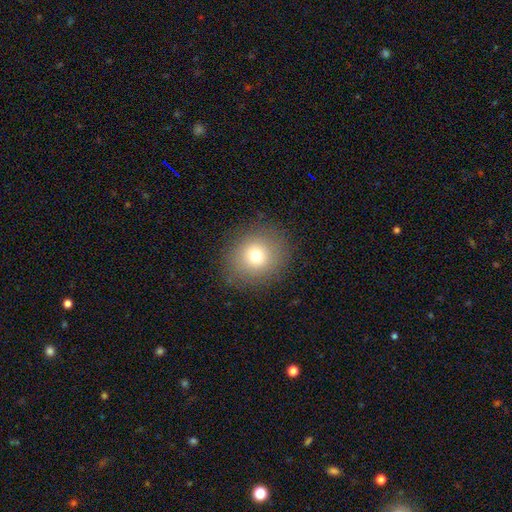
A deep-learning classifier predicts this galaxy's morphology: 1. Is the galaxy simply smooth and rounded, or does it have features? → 73% smooth, 14% star or artifact, 13% featured or disk.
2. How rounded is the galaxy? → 78% round, 21% in between, 1% cigar-shaped.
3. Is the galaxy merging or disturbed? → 86% none, 9% minor disturbance, 4% major disturbance, 1% merger.